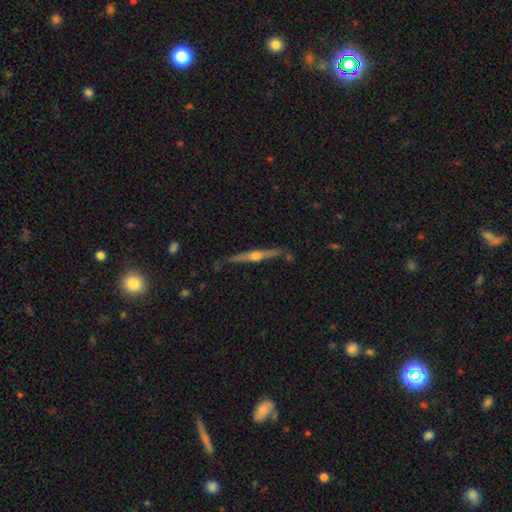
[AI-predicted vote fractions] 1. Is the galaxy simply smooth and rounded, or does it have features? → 77% featured or disk, 17% smooth, 6% star or artifact.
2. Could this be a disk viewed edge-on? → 97% yes, 3% no.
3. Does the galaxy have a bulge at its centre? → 93% rounded, 4% none, 4% boxy.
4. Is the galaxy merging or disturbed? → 79% none, 15% minor disturbance, 4% merger, 3% major disturbance.